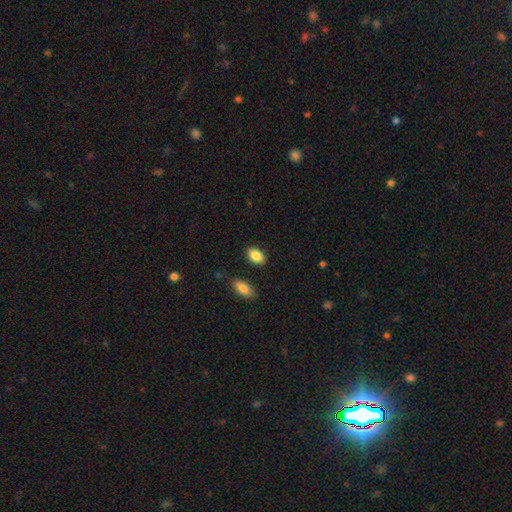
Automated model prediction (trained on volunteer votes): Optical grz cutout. It shows a smooth galaxy with no disk features (88%) that is in between round and cigar-shaped (89%). Merging: none (86%).